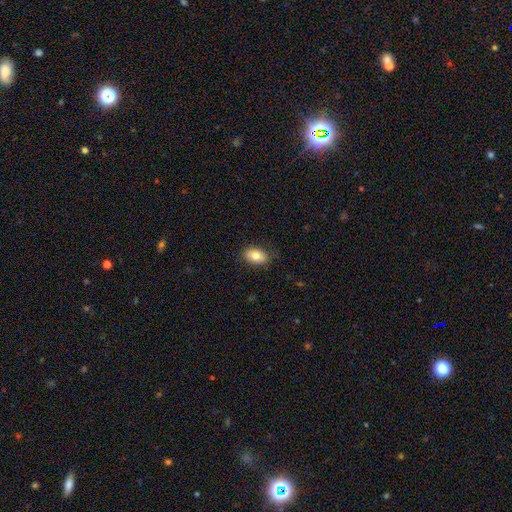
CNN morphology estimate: Smooth or featured?
  - smooth: 80% *
  - featured or disk: 13%
  - star or artifact: 8%
How rounded?
  - in between: 90% *
  - round: 8%
  - cigar-shaped: 2%
Merging?
  - none: 83% *
  - minor disturbance: 13%
  - major disturbance: 3%
  - merger: 1%